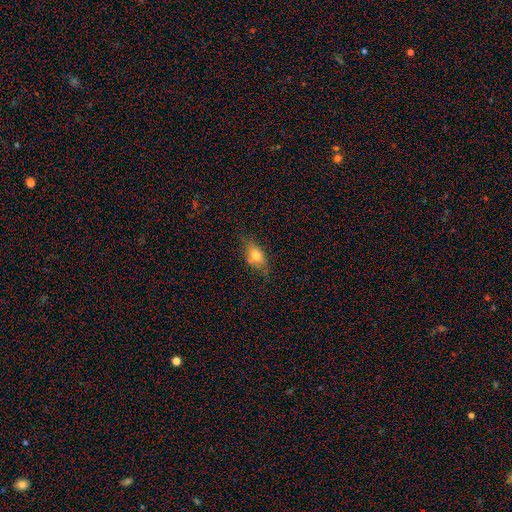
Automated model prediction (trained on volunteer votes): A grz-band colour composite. It shows a smooth galaxy with no disk features (67%) that is in between round and cigar-shaped (80%). Merging: none (65%).